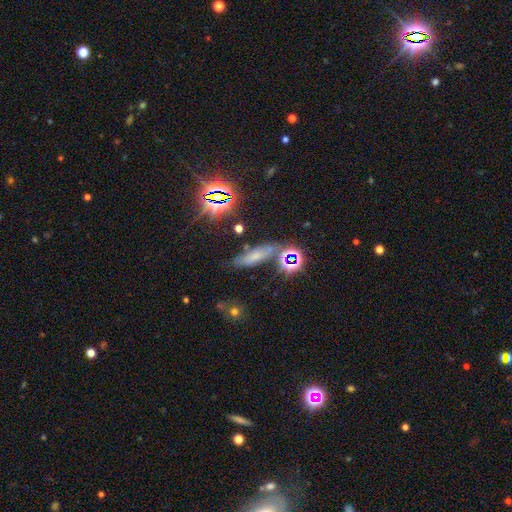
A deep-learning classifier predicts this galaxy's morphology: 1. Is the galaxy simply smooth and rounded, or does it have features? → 45% smooth, 34% star or artifact, 21% featured or disk.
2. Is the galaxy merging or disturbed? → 68% none, 17% minor disturbance, 9% merger, 7% major disturbance.